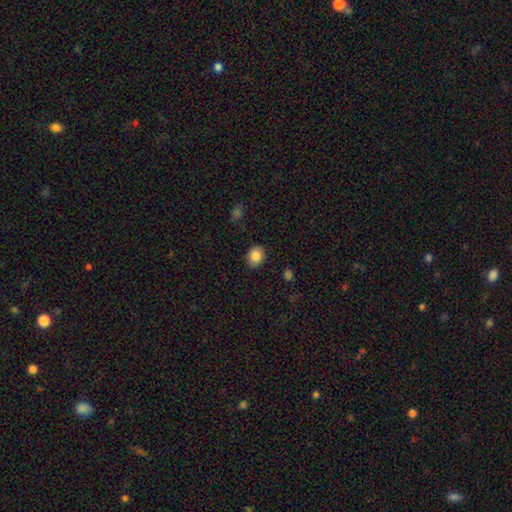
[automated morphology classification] The model was most divided on "how rounded": round: 53%, in between: 46%, cigar-shaped: 1%. More confident: merging — none (87%); smooth or featured — smooth (84%).